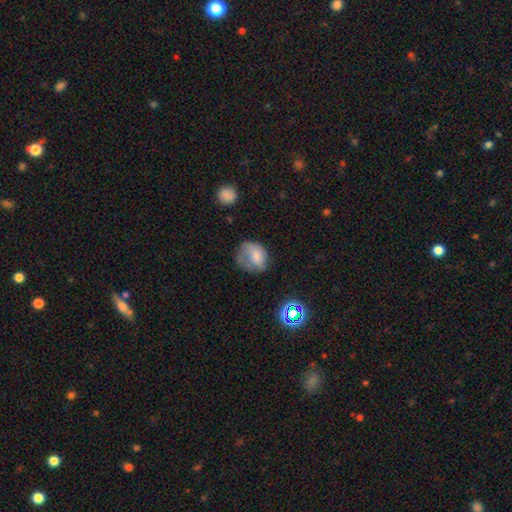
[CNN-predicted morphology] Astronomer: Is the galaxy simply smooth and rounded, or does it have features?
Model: smooth — 68%.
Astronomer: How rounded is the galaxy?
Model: round — 56% (runner-up: in between, 43%).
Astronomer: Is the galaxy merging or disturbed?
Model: none — 37% (runner-up: minor disturbance, 32%).